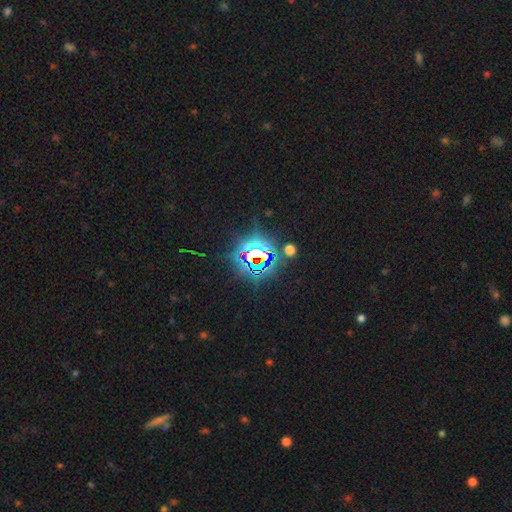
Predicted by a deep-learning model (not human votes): star or artifact 80%, smooth 11%, featured or disk 9%.